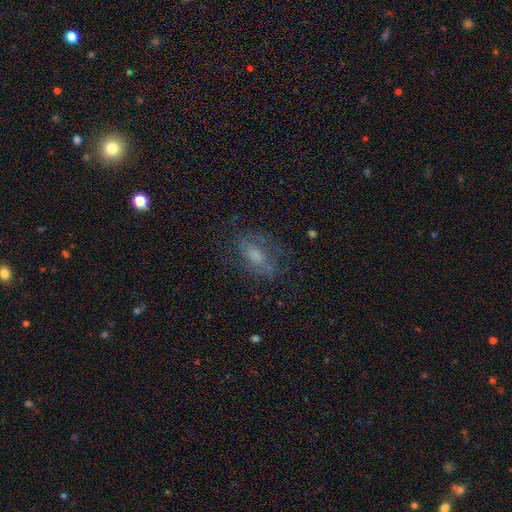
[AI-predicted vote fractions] The model was most divided on "bulge size": moderate: 41%, small: 24%, none: 17%, large: 15%, dominant: 2%. More confident: edge-on disk — no (94%); spiral arms — yes (70%); merging — none (62%); bar — no (59%); smooth or featured — featured or disk (54%).